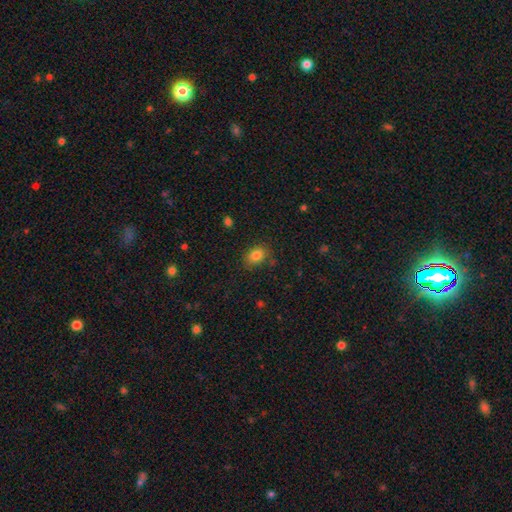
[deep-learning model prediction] Smooth or featured? Predicted: smooth (p=0.83). How rounded? Predicted: in between (p=0.64). Merging? Predicted: none (p=0.77).